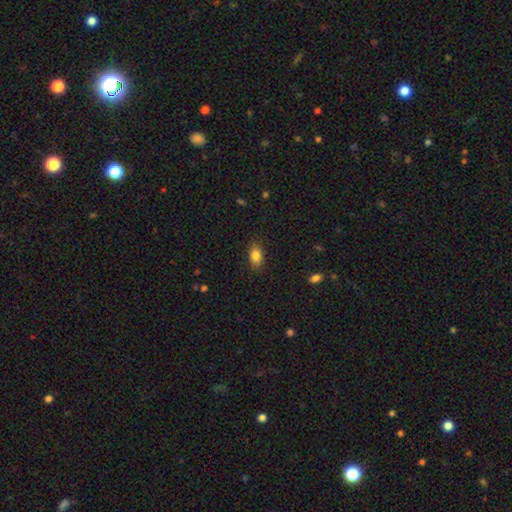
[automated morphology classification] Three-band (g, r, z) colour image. It shows a smooth galaxy with no disk features (84%) that is in between round and cigar-shaped (88%). Merging: none (86%).